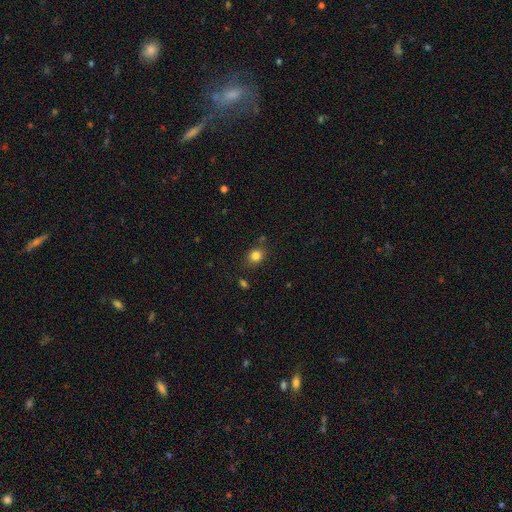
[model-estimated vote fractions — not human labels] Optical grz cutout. It shows a smooth galaxy with no disk features (82%) that is round (64%). Merging: none (79%).